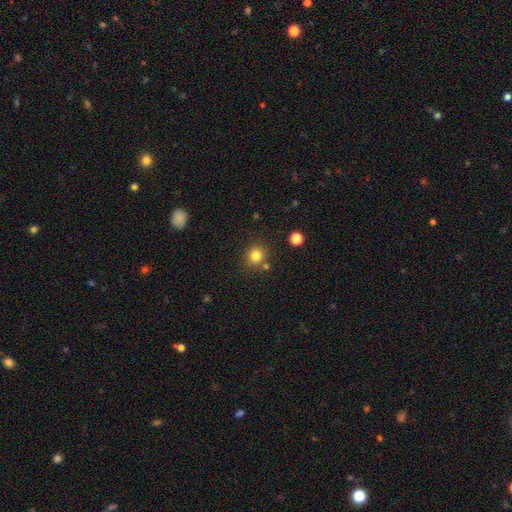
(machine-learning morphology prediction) Overall: smooth (82%). How rounded: round (88%). Merging: none (80%).